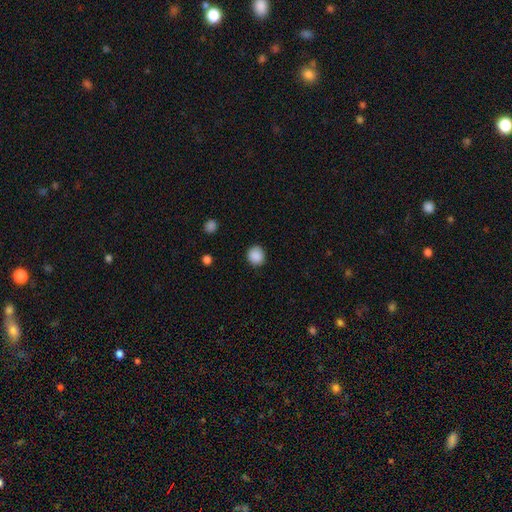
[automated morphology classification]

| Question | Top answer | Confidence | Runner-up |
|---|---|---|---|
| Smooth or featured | smooth | 88% | star or artifact (9%) |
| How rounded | round | 84% | in between (15%) |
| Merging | none | 89% | minor disturbance (8%) |